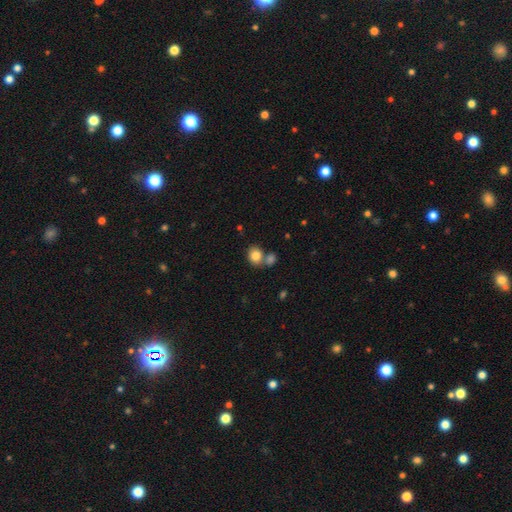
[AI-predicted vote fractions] smooth 83%, star or artifact 9%, featured or disk 8%. Down the decision tree: how rounded — round (61%); merging — none (51%).